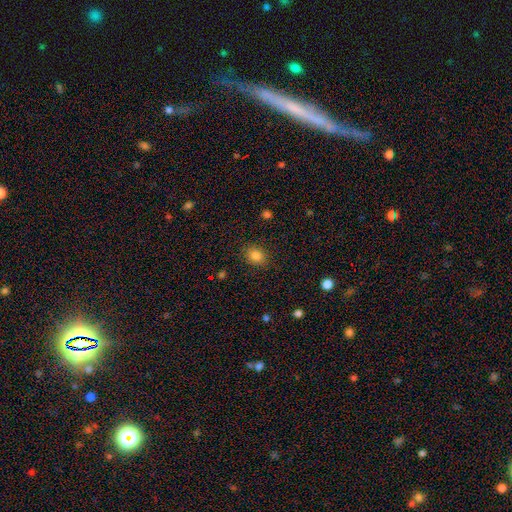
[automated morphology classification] Smooth or featured?
  - smooth: 84% *
  - star or artifact: 11%
  - featured or disk: 5%
How rounded?
  - in between: 51% *
  - round: 48%
  - cigar-shaped: 1%
Merging?
  - none: 87% *
  - minor disturbance: 9%
  - major disturbance: 3%
  - merger: 1%